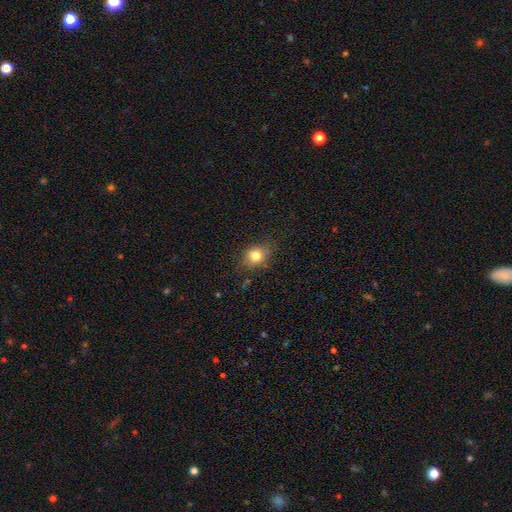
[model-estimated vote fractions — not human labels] A smooth galaxy with no disk features (79%) that is round (58%). Merging: none (75%).